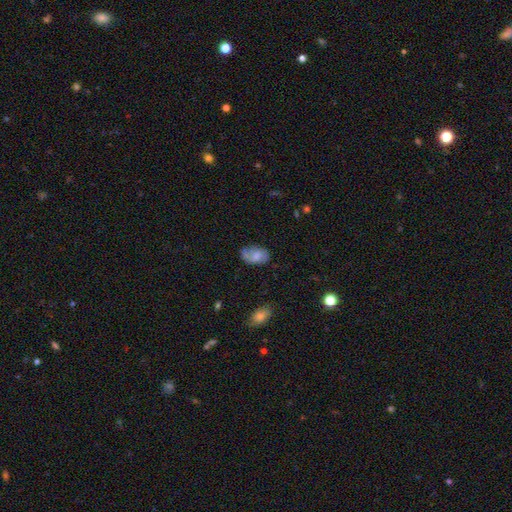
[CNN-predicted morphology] Overall: smooth (60%; featured or disk 32%). How rounded: in between (88%). Merging: none (57%; minor disturbance 28%).